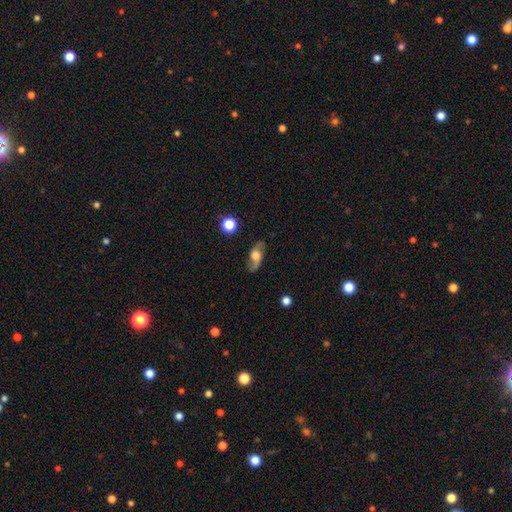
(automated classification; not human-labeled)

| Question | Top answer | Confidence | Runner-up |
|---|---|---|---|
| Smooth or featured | featured or disk | 65% | smooth (26%) |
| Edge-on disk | no | 87% | yes (13%) |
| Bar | no | 64% | weak (29%) |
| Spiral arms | yes | 89% | no (11%) |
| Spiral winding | loose | 67% | medium (26%) |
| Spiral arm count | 2 | 90% | can't tell (4%) |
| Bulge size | moderate | 43% | large (39%) |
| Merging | none | 77% | minor disturbance (16%) |